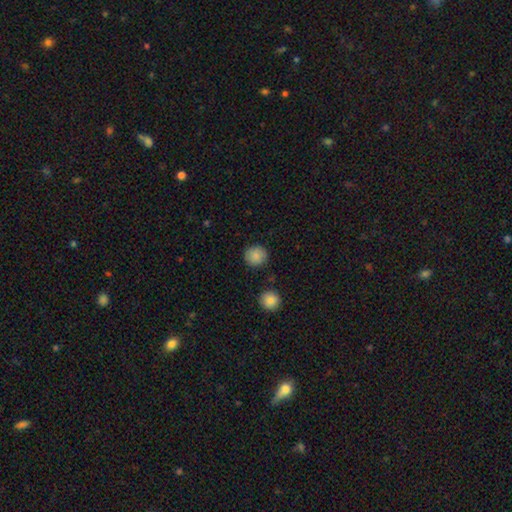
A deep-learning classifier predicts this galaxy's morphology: Smooth or featured? smooth (86%)
How rounded? round (93%)
Merging? none (87%)